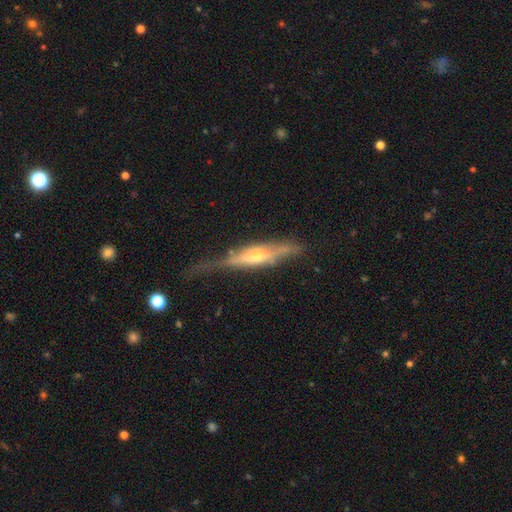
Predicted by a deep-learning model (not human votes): Smooth or featured? Predicted: featured or disk (p=0.72). Edge-on disk? Predicted: yes (p=0.91). Edge-on bulge? Predicted: rounded (p=0.77). Merging? Predicted: none (p=0.57).